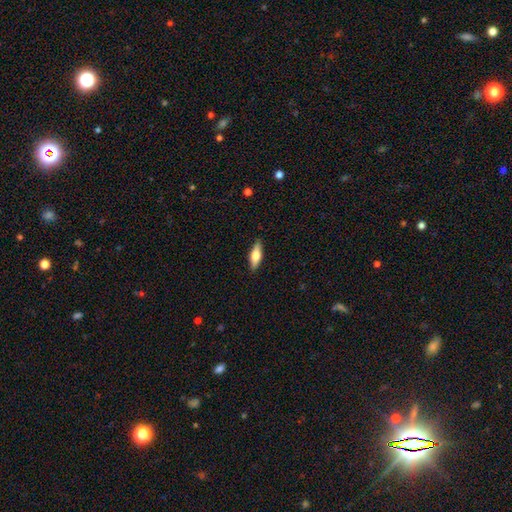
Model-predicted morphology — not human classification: A smooth galaxy with no disk features (57%) that is in between round and cigar-shaped (55%).

Vote fractions:
- Smooth or featured? smooth: 57% / featured or disk: 38% / star or artifact: 6%
- How rounded? in between: 55% / cigar-shaped: 43% / round: 3%
- Merging? none: 89% / minor disturbance: 9% / major disturbance: 2% / merger: 1%